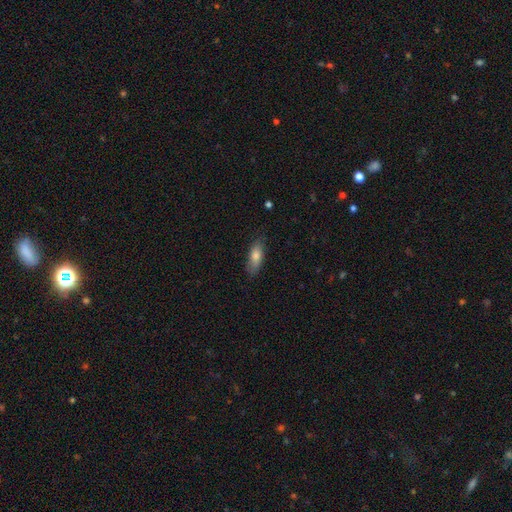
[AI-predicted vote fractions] smooth-or-featured: smooth: 76% | featured or disk: 17% | star or artifact: 7%
  how-rounded: in between: 68% | cigar-shaped: 30% | round: 2%
  merging: none: 79% | minor disturbance: 17% | major disturbance: 3% | merger: 1%